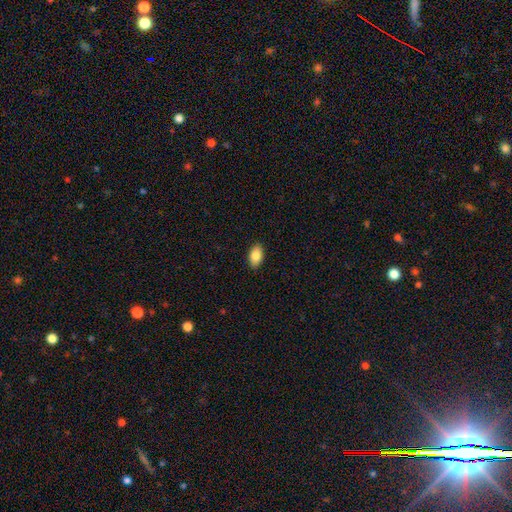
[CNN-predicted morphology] Overall: smooth (85%). How rounded: in between (93%). Merging: none (90%).